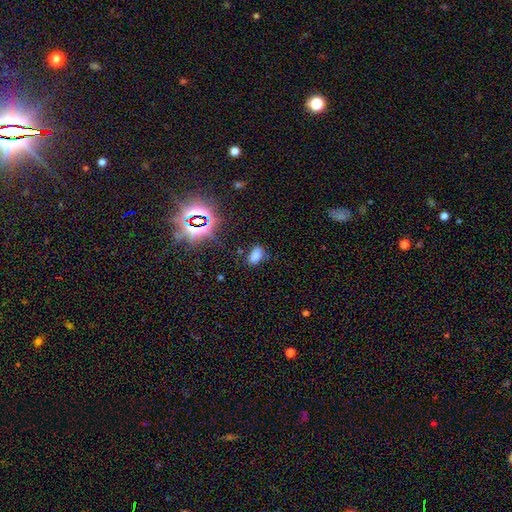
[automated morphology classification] Q: Smooth or featured?
A: smooth (72%); runner-up: star or artifact (22%)
Q: How rounded?
A: in between (90%); runner-up: round (6%)
Q: Merging?
A: none (77%); runner-up: minor disturbance (14%)